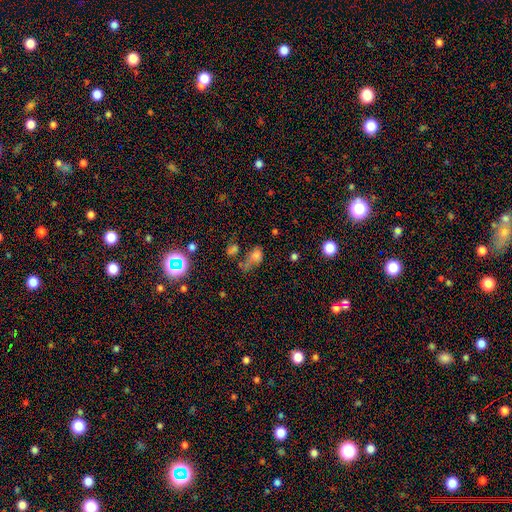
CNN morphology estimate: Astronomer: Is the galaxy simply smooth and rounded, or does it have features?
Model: smooth — 68%.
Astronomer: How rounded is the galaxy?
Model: in between — 66%.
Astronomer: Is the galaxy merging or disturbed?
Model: none — 31% (runner-up: merger, 25%).